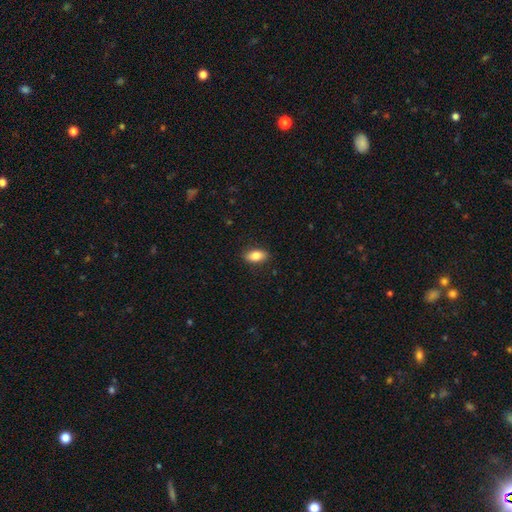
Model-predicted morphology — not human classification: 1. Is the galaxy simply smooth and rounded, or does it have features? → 84% smooth, 9% featured or disk, 7% star or artifact.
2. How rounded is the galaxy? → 89% in between, 7% cigar-shaped, 5% round.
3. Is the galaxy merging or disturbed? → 88% none, 9% minor disturbance, 2% major disturbance, 1% merger.